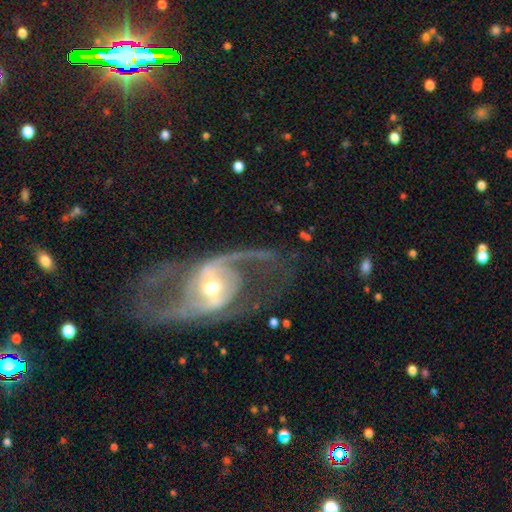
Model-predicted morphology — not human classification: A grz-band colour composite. It shows a featured or disk galaxy (88%) with a weak bar (36%, tied with no), 2 (90%) loose (46%) spiral arms (94%) and a moderate central bulge (50%). Merging: none (66%).